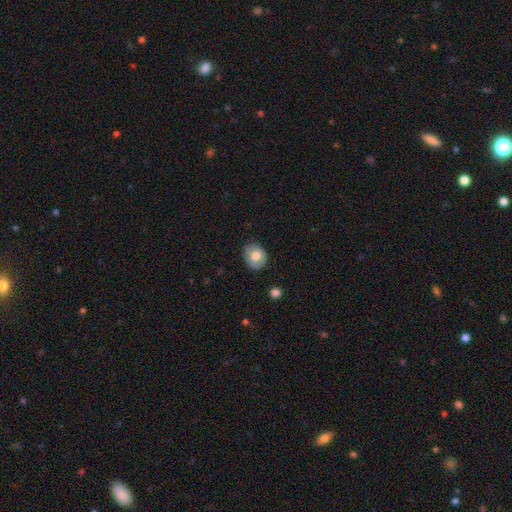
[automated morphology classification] Smooth or featured? Predicted: smooth (p=0.71). How rounded? Predicted: round (p=0.59). Merging? Predicted: none (p=0.83).